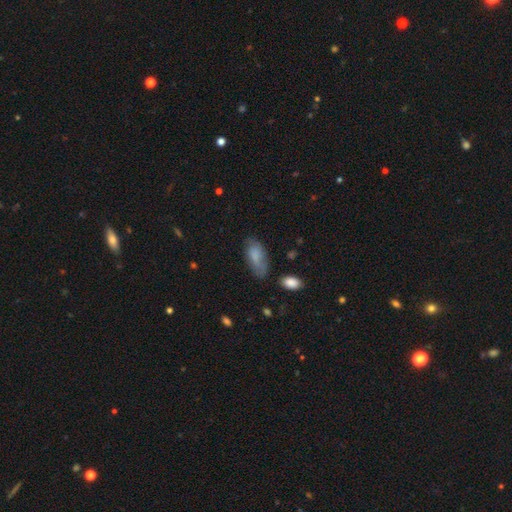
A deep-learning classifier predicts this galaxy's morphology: Q: Smooth or featured?
A: smooth (78%); runner-up: featured or disk (15%)
Q: How rounded?
A: in between (89%); runner-up: cigar-shaped (9%)
Q: Merging?
A: none (62%); runner-up: minor disturbance (27%)